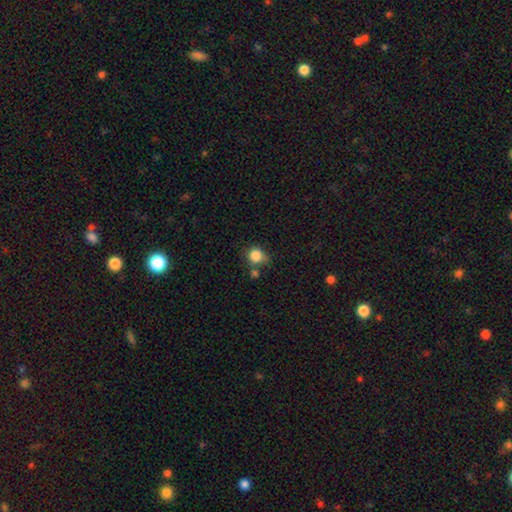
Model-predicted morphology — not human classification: Smooth or featured?
  - smooth: 85% *
  - star or artifact: 10%
  - featured or disk: 5%
How rounded?
  - round: 84% *
  - in between: 15%
  - cigar-shaped: 1%
Merging?
  - none: 59% *
  - minor disturbance: 21%
  - merger: 14%
  - major disturbance: 7%